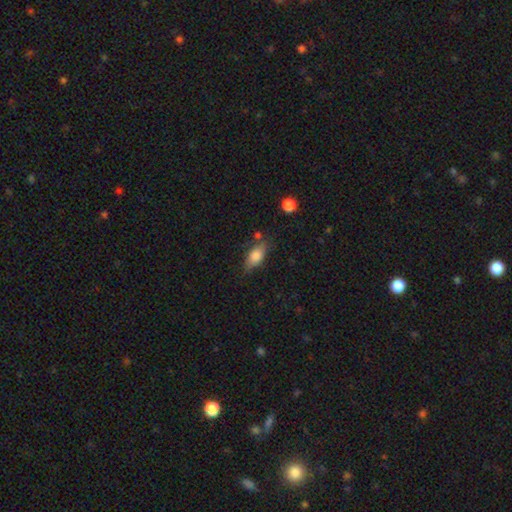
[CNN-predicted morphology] A smooth galaxy with no disk features (78%) that is in between round and cigar-shaped (84%). Merging: none (67%).